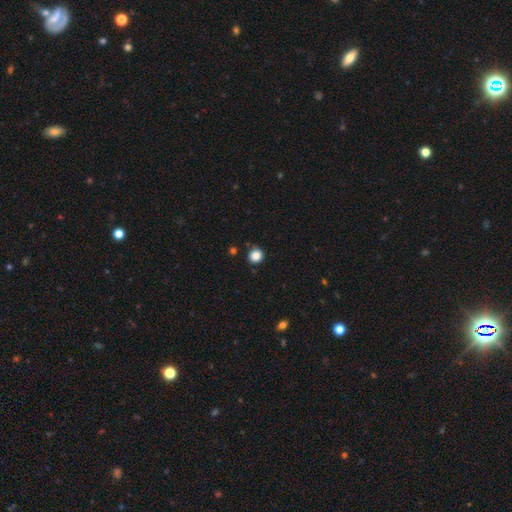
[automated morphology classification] This is clearly a smooth galaxy (85%). How rounded: clearly round (91%). Merging: clearly none (85%).